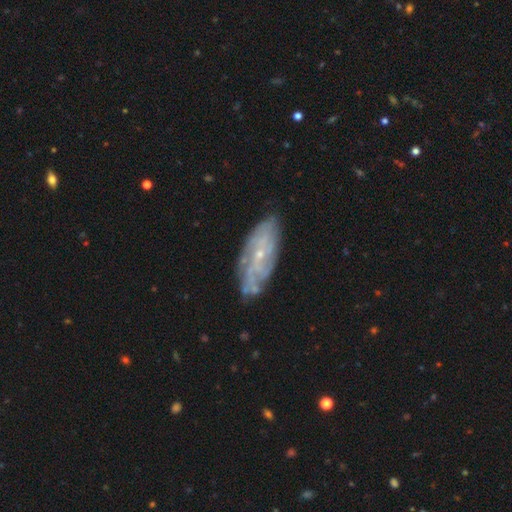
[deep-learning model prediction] A featured or disk galaxy (68%) with no bar (65%), spiral arms (86%) and a small central bulge (78%). Merging: none (81%).